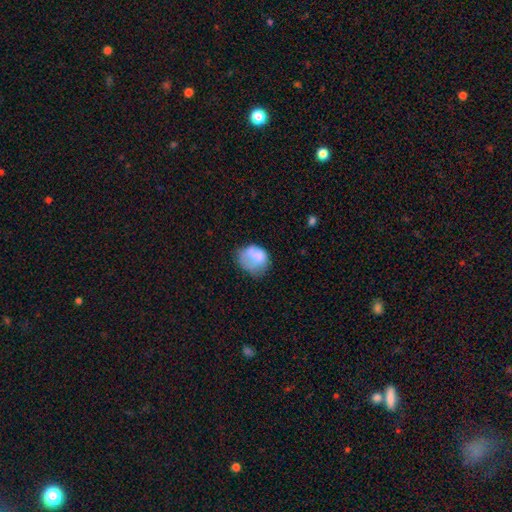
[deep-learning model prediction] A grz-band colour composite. It shows a smooth galaxy with no disk features (72%) that is in between round and cigar-shaped (56%). Merging: minor disturbance (34%).